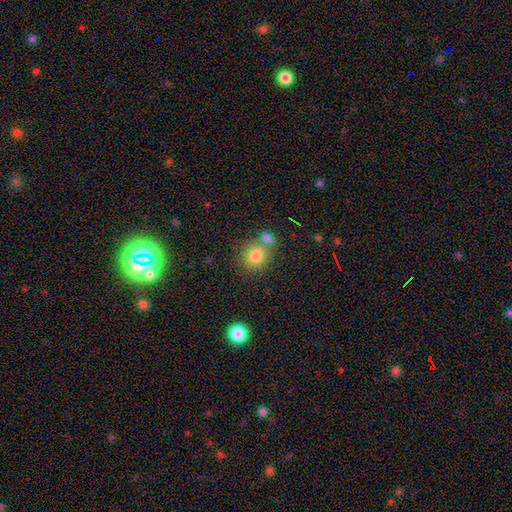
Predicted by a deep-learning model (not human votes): smooth_or_featured: smooth (p=0.82) [alt: star or artifact p=0.10]
how_rounded: round (p=0.77) [alt: in between p=0.22]
merging: none (p=0.54) [alt: merger p=0.32]